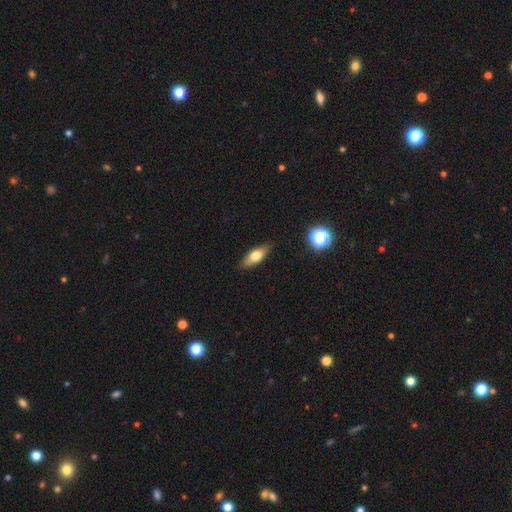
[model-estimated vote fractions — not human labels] smooth_or_featured: smooth (p=0.61) [alt: featured or disk p=0.31]
how_rounded: in between (p=0.65) [alt: cigar-shaped p=0.30]
merging: none (p=0.85) [alt: minor disturbance p=0.12]